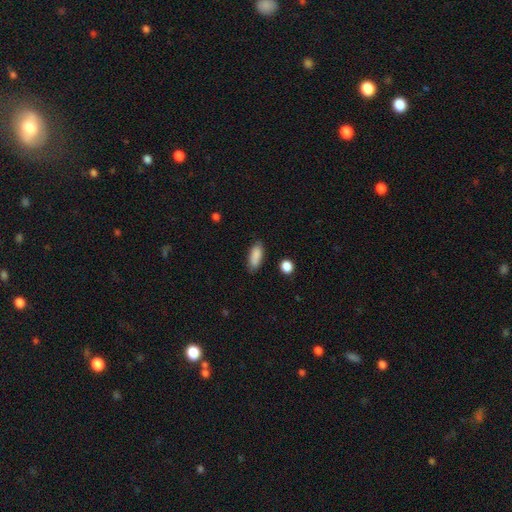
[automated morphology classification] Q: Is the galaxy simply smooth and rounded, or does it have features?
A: smooth — 88%.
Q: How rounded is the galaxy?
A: in between — 76%.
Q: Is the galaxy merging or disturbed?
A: none — 82%.